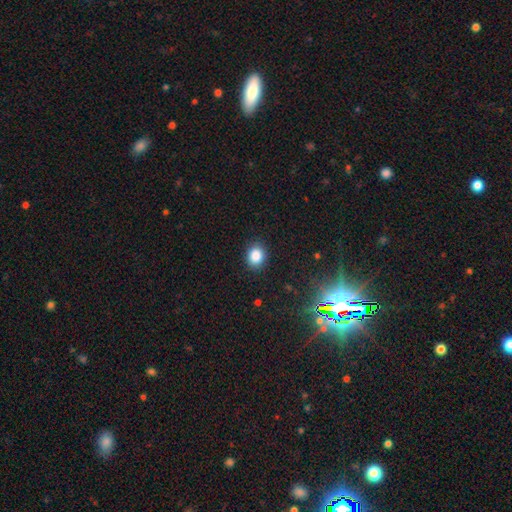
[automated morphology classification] A smooth galaxy with no disk features (86%) that is round (57%).

Vote fractions:
- Smooth or featured? smooth: 86% / star or artifact: 10% / featured or disk: 4%
- How rounded? round: 57% / in between: 42% / cigar-shaped: 1%
- Merging? none: 89% / minor disturbance: 8% / major disturbance: 2% / merger: 1%